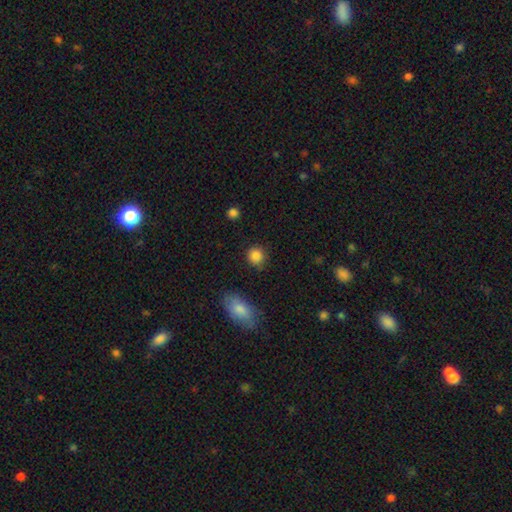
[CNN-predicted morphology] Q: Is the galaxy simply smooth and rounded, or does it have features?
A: smooth — 86%.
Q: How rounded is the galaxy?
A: round — 87%.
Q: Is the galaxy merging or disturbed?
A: none — 83%.